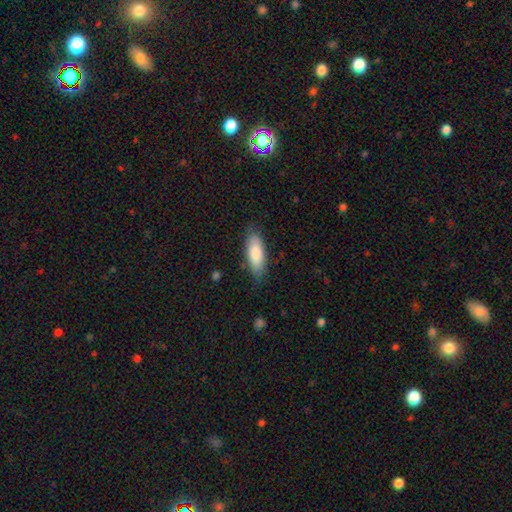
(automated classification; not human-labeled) This appears to be a smooth galaxy with no disk features (82%) that is in between round and cigar-shaped (71%). Merging: none (80%).